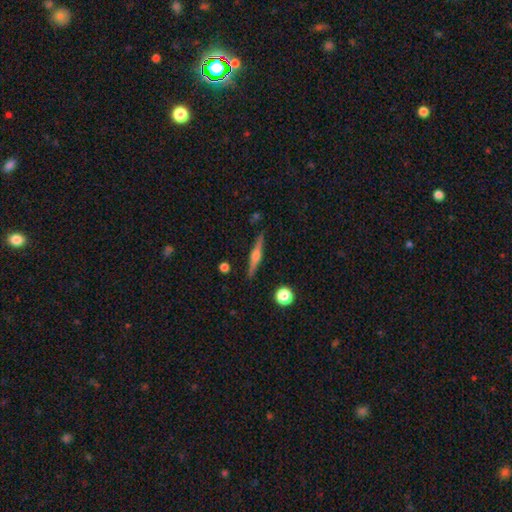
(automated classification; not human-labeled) featured or disk 70%, smooth 23%, star or artifact 7%. Down the decision tree: edge-on disk — yes (98%); edge-on bulge — rounded (88%); merging — none (89%).